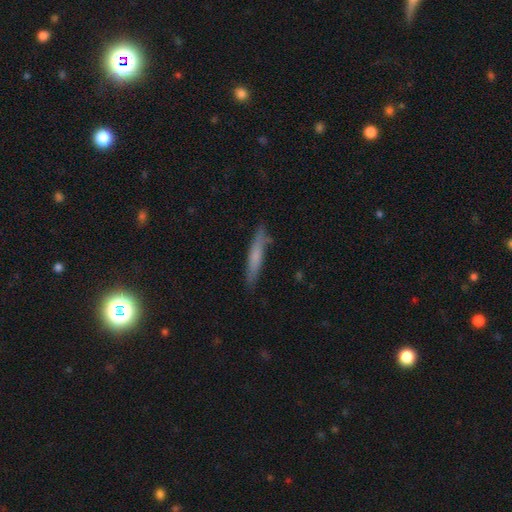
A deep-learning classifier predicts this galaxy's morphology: Q: Smooth or featured?
A: smooth (64%); runner-up: featured or disk (29%)
Q: How rounded?
A: cigar-shaped (92%); runner-up: in between (6%)
Q: Merging?
A: none (83%); runner-up: minor disturbance (12%)